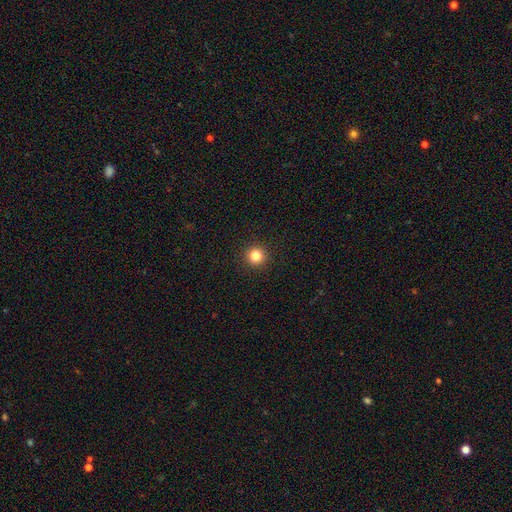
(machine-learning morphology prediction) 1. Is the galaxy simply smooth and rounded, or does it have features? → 83% smooth, 13% star or artifact, 5% featured or disk.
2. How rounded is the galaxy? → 96% round, 3% in between, 1% cigar-shaped.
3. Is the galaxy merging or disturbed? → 93% none, 4% minor disturbance, 2% major disturbance, 1% merger.